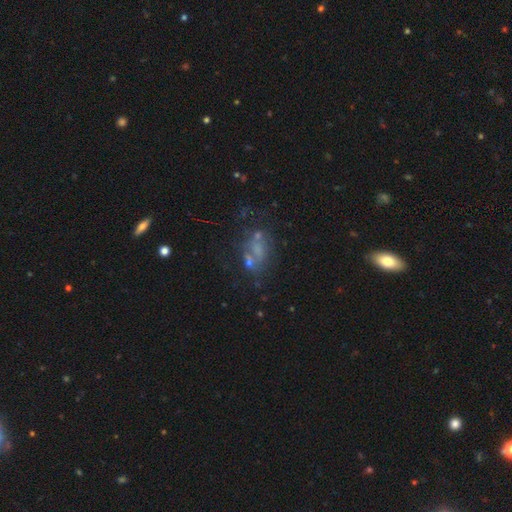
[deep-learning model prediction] Smooth or featured? Predicted: featured or disk (p=0.40). Merging? Predicted: none (p=0.41).